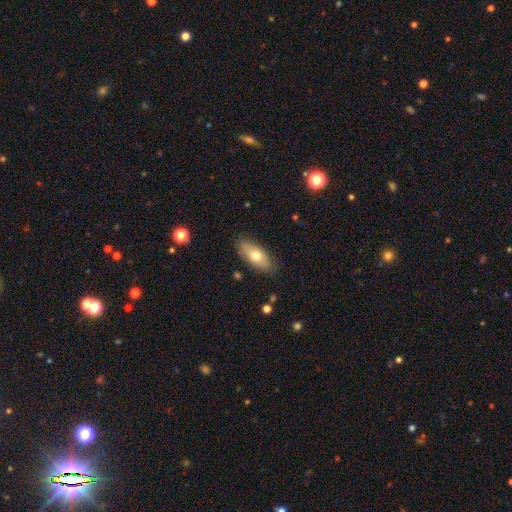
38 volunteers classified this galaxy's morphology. This appears to be a smooth galaxy with no disk features (76%) that is in between round and cigar-shaped (83%). Merging: none (86%).